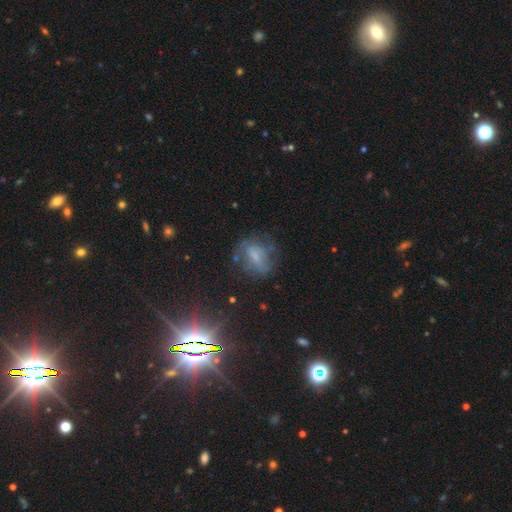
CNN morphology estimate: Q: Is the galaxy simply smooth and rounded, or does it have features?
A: smooth — 42%.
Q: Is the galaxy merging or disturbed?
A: none — 55%.